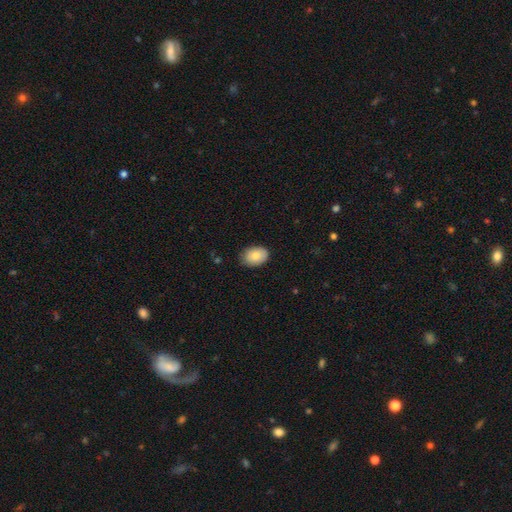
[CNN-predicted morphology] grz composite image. It shows a smooth galaxy with no disk features (83%) that is in between round and cigar-shaped (80%). Merging: none (80%).